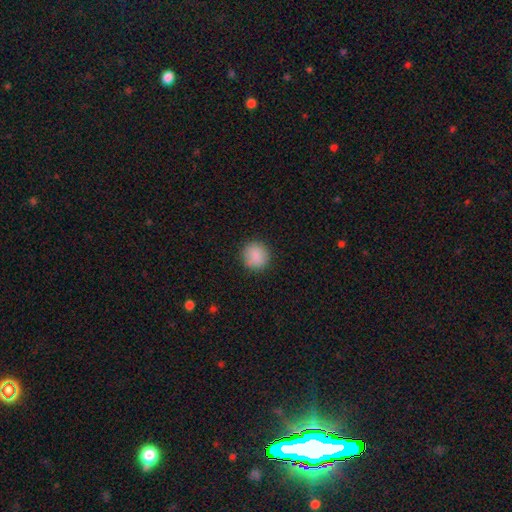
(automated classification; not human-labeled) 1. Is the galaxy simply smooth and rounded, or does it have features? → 88% smooth, 8% star or artifact, 4% featured or disk.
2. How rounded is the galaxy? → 90% round, 9% in between, 1% cigar-shaped.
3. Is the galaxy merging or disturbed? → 88% none, 8% minor disturbance, 2% major disturbance, 1% merger.